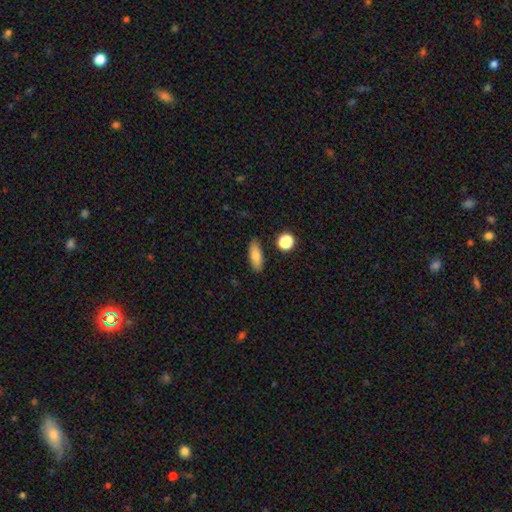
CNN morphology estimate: Smooth or featured? smooth (80%)
How rounded? in between (68%)
Merging? none (86%)